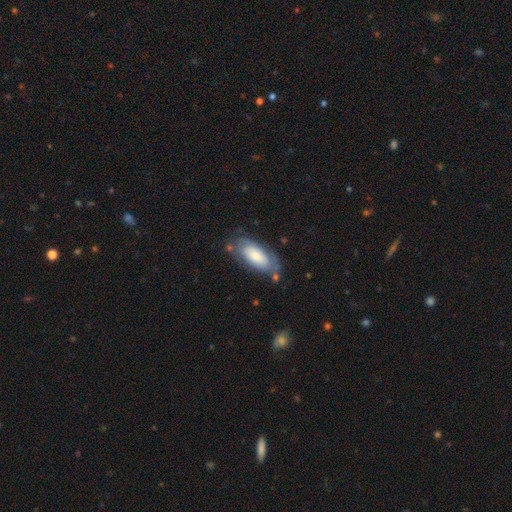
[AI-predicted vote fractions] Q: Smooth or featured?
A: smooth (67%); runner-up: featured or disk (27%)
Q: How rounded?
A: in between (87%); runner-up: cigar-shaped (11%)
Q: Merging?
A: none (67%); runner-up: minor disturbance (21%)